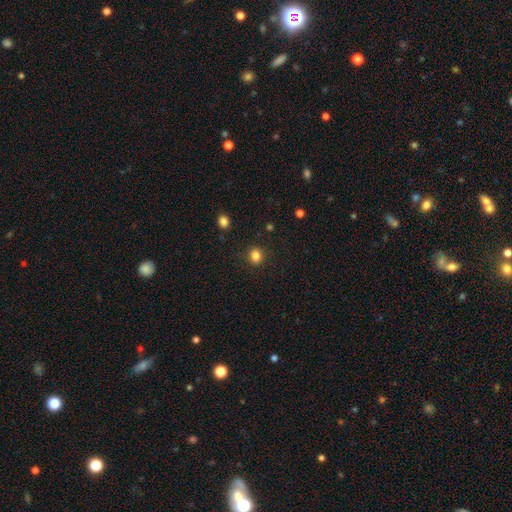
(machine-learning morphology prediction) This appears to be a smooth galaxy with no disk features (84%) that is round (70%). Merging: none (88%).